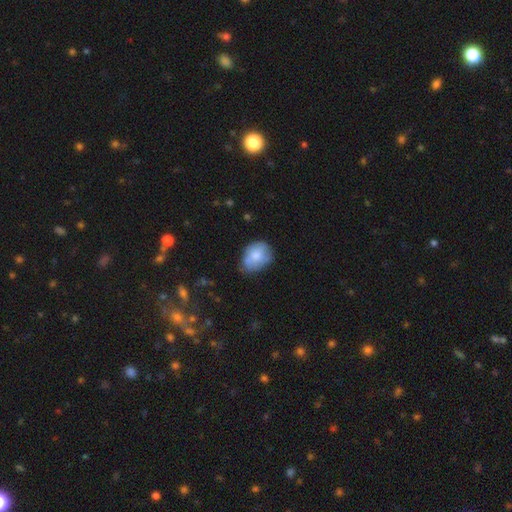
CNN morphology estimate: type=smooth (74%); roundness=in between (66%); merging=none (55%).